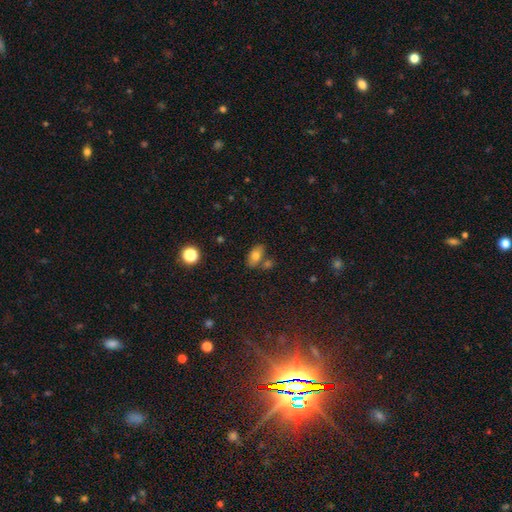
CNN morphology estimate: Overall: smooth (75%). How rounded: in between (88%). Merging: none (66%).